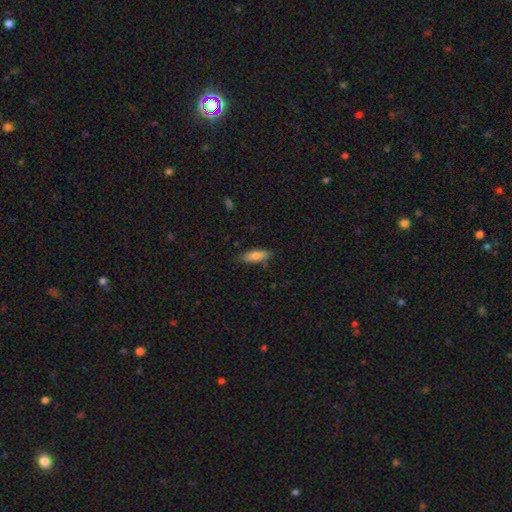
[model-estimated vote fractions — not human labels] Morphology: type=smooth (77%); roundness=in between (58%); merging=none (81%).